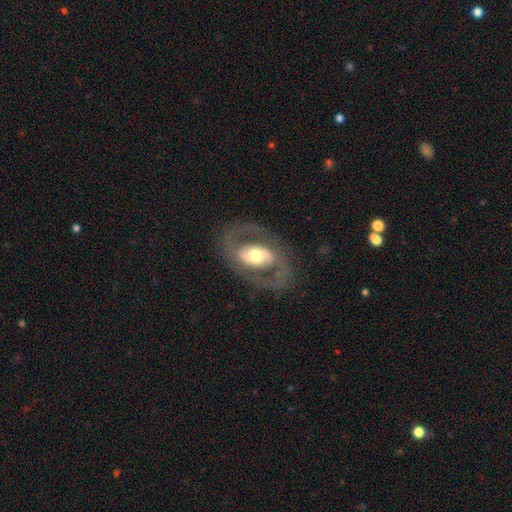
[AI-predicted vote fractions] A featured or disk galaxy (75%) with no bar (40%), spiral arms (61%) and a moderate central bulge (60%).

Vote fractions:
- Smooth or featured? featured or disk: 75% / smooth: 20% / star or artifact: 5%
- Edge-on disk? no: 94% / yes: 6%
- Bar? no: 40% / strong: 30% / weak: 30%
- Spiral arms? yes: 61% / no: 39%
- Bulge size? moderate: 60% / large: 25% / small: 11% / dominant: 3% / none: 1%
- Merging? none: 76% / major disturbance: 11% / minor disturbance: 11% / merger: 1%